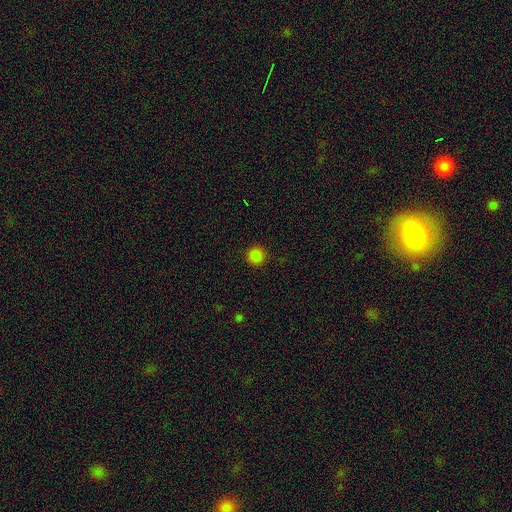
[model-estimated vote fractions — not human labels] Smooth or featured? Predicted: smooth (p=0.85). How rounded? Predicted: round (p=0.95). Merging? Predicted: none (p=0.92).